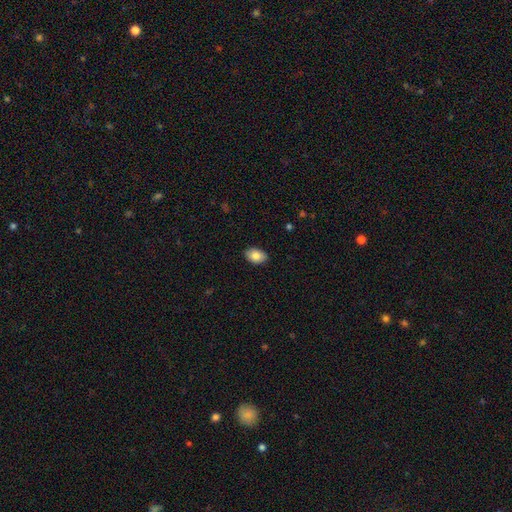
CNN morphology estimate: Smooth or featured? smooth (83%)
How rounded? in between (87%)
Merging? none (87%)